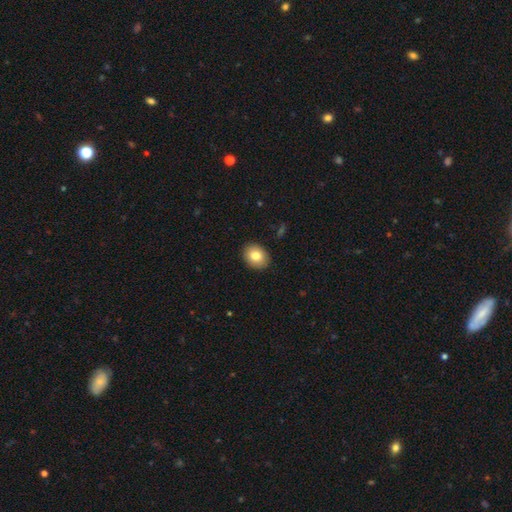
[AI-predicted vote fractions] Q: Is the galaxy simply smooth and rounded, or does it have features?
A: smooth — 81%.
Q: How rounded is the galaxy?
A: in between — 55%.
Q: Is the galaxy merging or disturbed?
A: none — 91%.